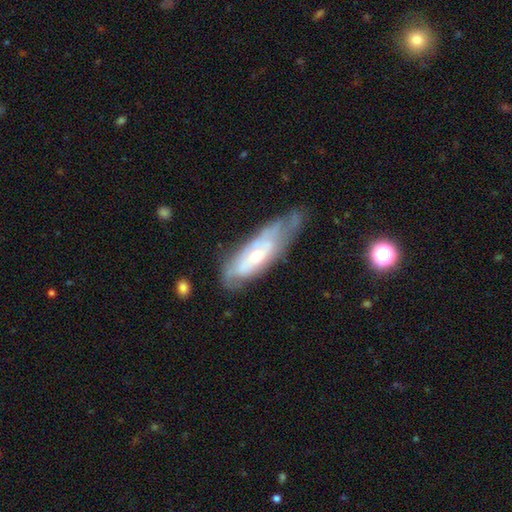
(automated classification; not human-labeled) This appears to be a featured or disk galaxy (66%) with no bar (64%), spiral arms (71%) and a moderate central bulge (47%). Merging: none (47%).